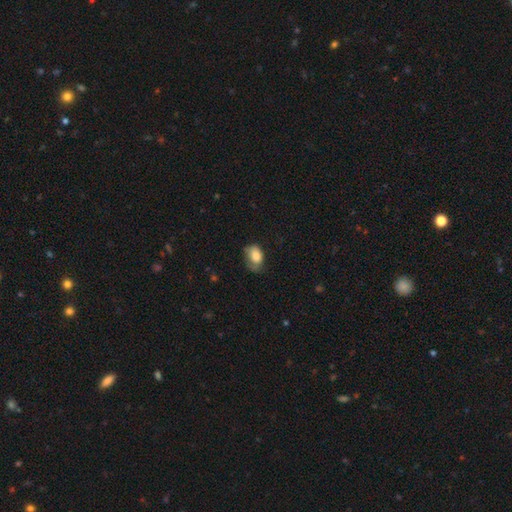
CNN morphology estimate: smooth-or-featured: smooth: 78% | featured or disk: 14% | star or artifact: 8%
  how-rounded: in between: 79% | round: 20% | cigar-shaped: 1%
  merging: none: 39% (tied) | minor disturbance: 39% (tied) | major disturbance: 20% | merger: 2%